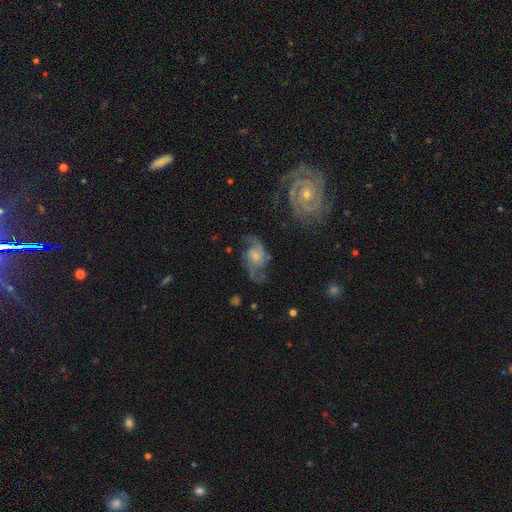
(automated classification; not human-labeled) This appears to be a featured or disk galaxy (84%) with no bar (62%), 2 (85%) loose (45%) spiral arms (96%) and a small central bulge (51%). Merging: none (63%).